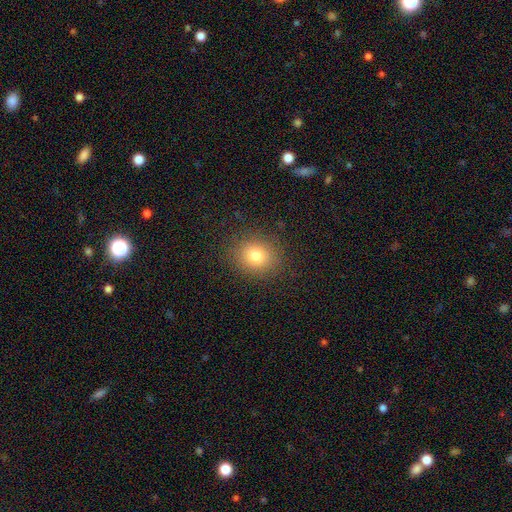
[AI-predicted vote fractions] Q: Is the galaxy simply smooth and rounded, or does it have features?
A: smooth — 78%.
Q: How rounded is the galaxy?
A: round — 74%.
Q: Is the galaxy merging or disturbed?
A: none — 89%.